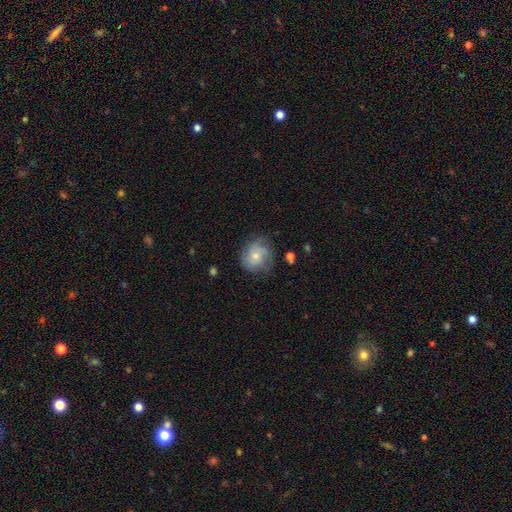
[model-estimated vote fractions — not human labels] A smooth galaxy with no disk features (48%). Merging: none (66%).